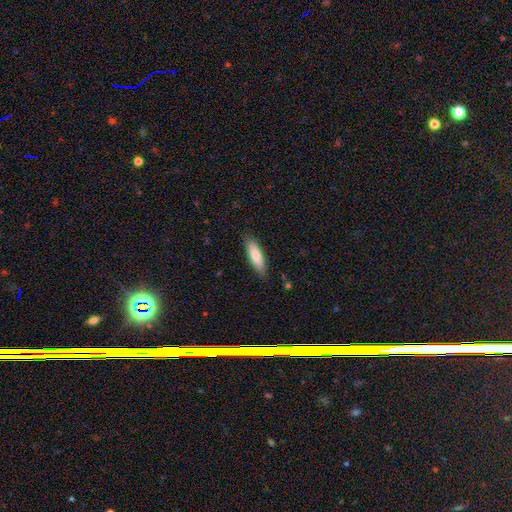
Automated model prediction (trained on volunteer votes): Overall: smooth (79%). How rounded: cigar-shaped (58%; in between 40%). Merging: none (87%).